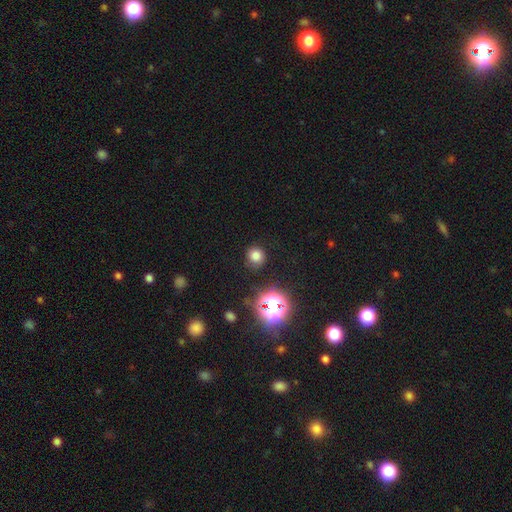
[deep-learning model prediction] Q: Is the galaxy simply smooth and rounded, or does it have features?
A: smooth — 76%.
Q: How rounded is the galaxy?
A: round — 88%.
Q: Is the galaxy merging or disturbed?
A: none — 85%.